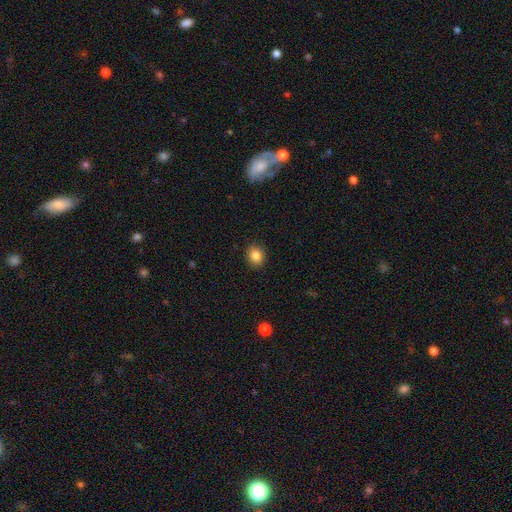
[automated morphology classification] This is clearly a smooth galaxy (84%). How rounded: likely round (76%). Merging: clearly none (91%).